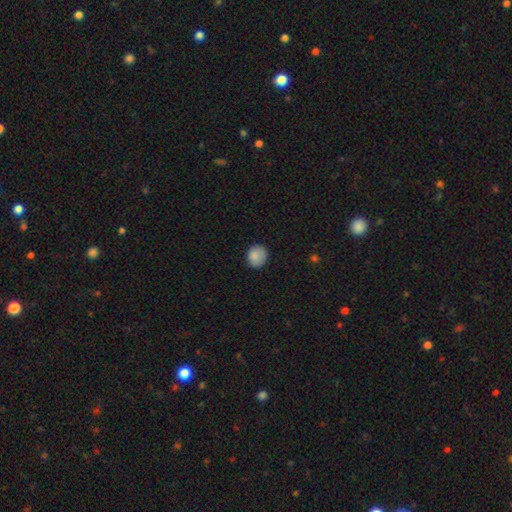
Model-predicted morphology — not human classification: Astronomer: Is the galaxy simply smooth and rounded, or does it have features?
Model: smooth — 86%.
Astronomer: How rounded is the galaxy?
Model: round — 80%.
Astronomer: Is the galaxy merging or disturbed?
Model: none — 82%.